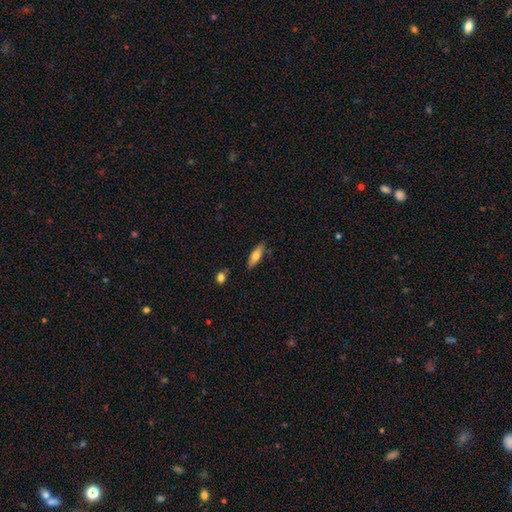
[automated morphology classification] smooth-or-featured: smooth: 69% | featured or disk: 24% | star or artifact: 6%
  how-rounded: in between: 57% | cigar-shaped: 41% | round: 2%
  merging: none: 80% | minor disturbance: 14% | merger: 3% | major disturbance: 3%